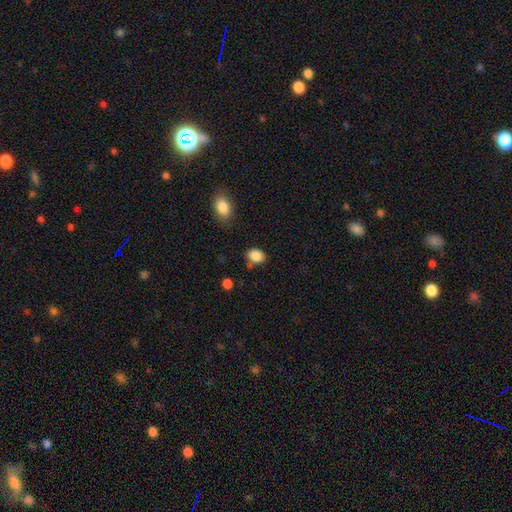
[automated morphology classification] This appears to be a smooth galaxy with no disk features (87%) that is in between round and cigar-shaped (64%). Merging: none (69%).